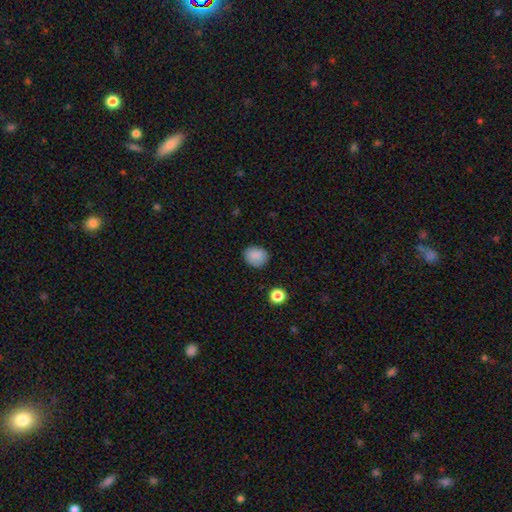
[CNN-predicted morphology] smooth-or-featured: smooth: 87% | star or artifact: 9% | featured or disk: 4%
  how-rounded: round: 65% | in between: 34% | cigar-shaped: 1%
  merging: none: 86% | minor disturbance: 10% | major disturbance: 3% | merger: 1%